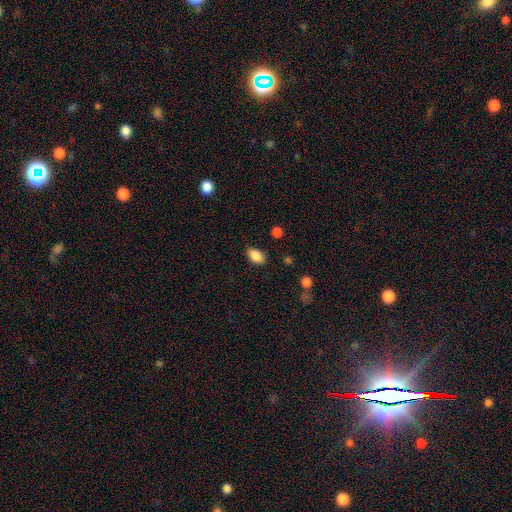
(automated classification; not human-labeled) This appears to be a smooth galaxy with no disk features (86%) that is in between round and cigar-shaped (87%). Merging: none (81%).